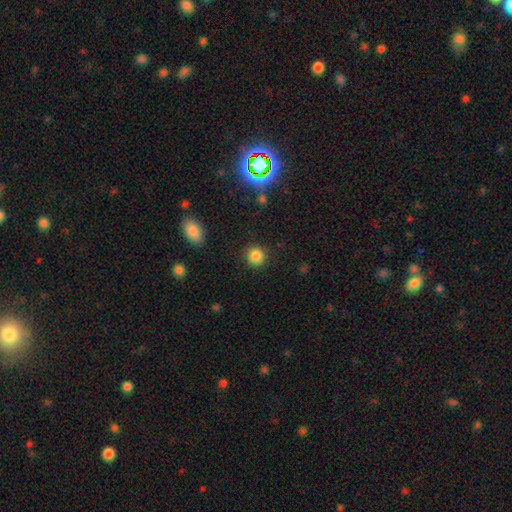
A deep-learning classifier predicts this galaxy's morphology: This appears to be a smooth galaxy with no disk features (85%) that is round (92%). Merging: none (89%).